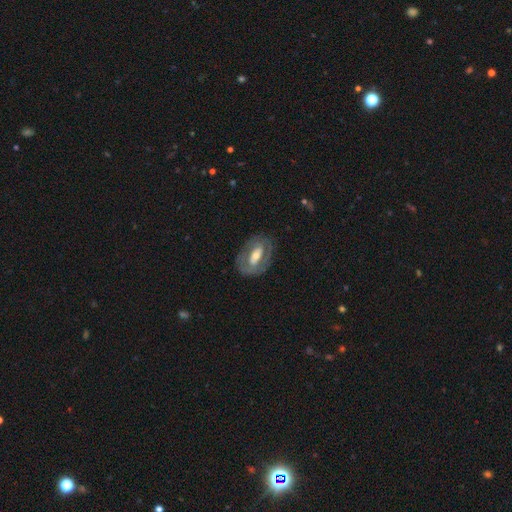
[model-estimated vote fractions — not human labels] The model was most divided on "bar": no: 37%, weak: 32%, strong: 31%. More confident: edge-on disk — no (92%); merging — none (73%); smooth or featured — featured or disk (65%); spiral arms — no (61%); bulge size — moderate (59%).